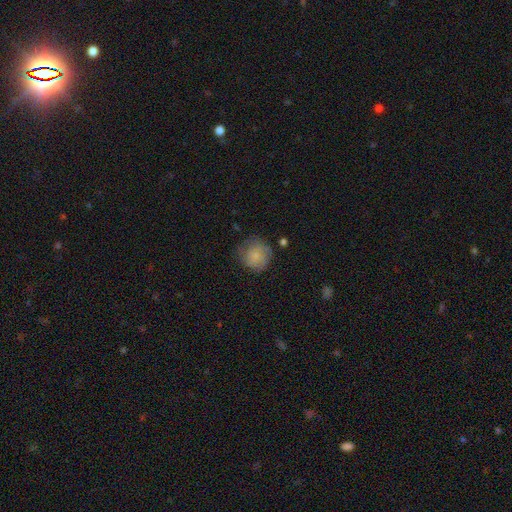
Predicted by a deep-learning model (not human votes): A smooth galaxy with no disk features (75%) that is round (90%).

Vote fractions:
- Smooth or featured? smooth: 75% / featured or disk: 17% / star or artifact: 8%
- How rounded? round: 90% / in between: 9% / cigar-shaped: 1%
- Merging? none: 67% / minor disturbance: 23% / major disturbance: 8% / merger: 2%